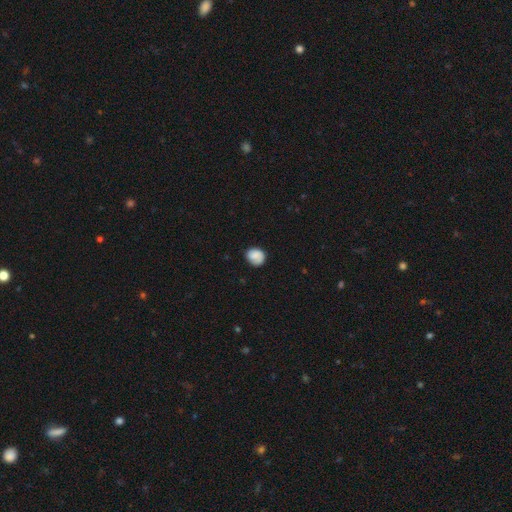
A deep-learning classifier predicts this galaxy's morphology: Q: Smooth or featured?
A: smooth (78%); runner-up: featured or disk (14%)
Q: How rounded?
A: round (70%); runner-up: in between (29%)
Q: Merging?
A: none (73%); runner-up: minor disturbance (20%)